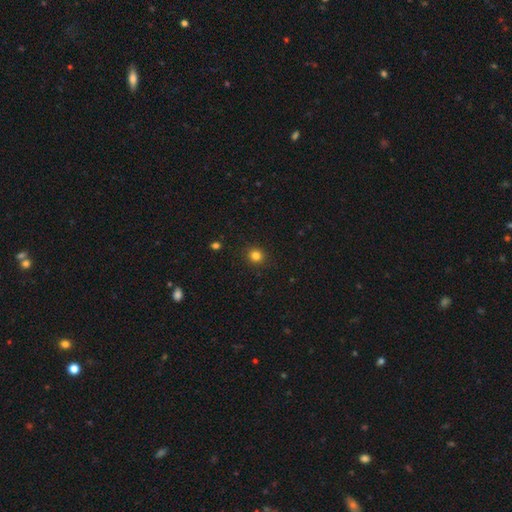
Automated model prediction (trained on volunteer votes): smooth 82%, star or artifact 13%, featured or disk 4%. Down the decision tree: how rounded — round (89%); merging — none (91%).